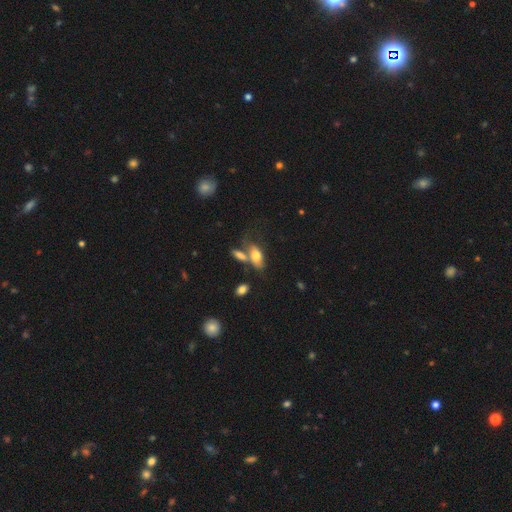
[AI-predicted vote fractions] The model was most divided on "merging": none: 39%, merger: 33%, minor disturbance: 18%, major disturbance: 11%. More confident: how rounded — in between (85%); smooth or featured — smooth (71%).